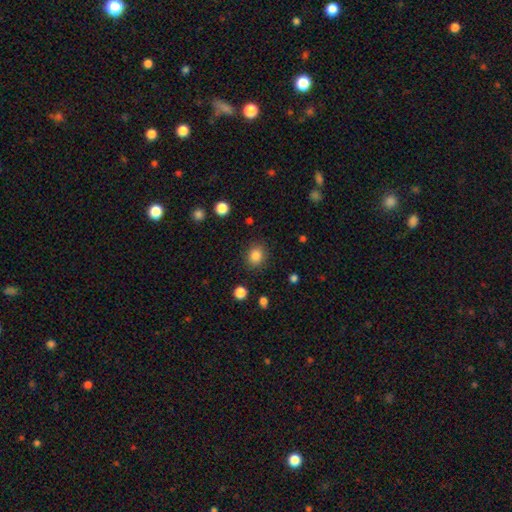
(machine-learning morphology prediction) smooth-or-featured: smooth: 85% | star or artifact: 11% | featured or disk: 5%
  how-rounded: round: 79% | in between: 20% | cigar-shaped: 1%
  merging: none: 87% | minor disturbance: 8% | major disturbance: 3% | merger: 2%